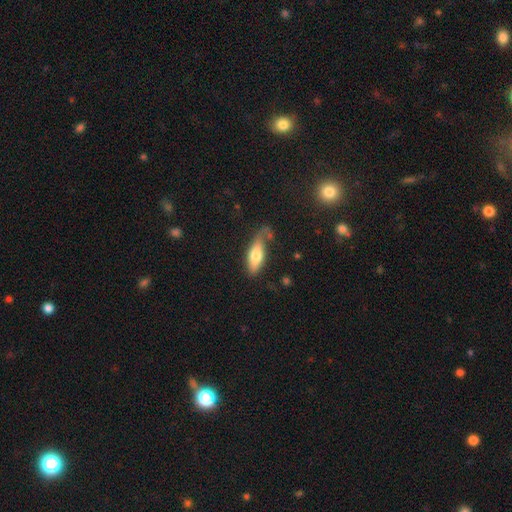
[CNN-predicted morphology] smooth 70%, featured or disk 24%, star or artifact 6%. Down the decision tree: how rounded — in between (65%); merging — none (49%).